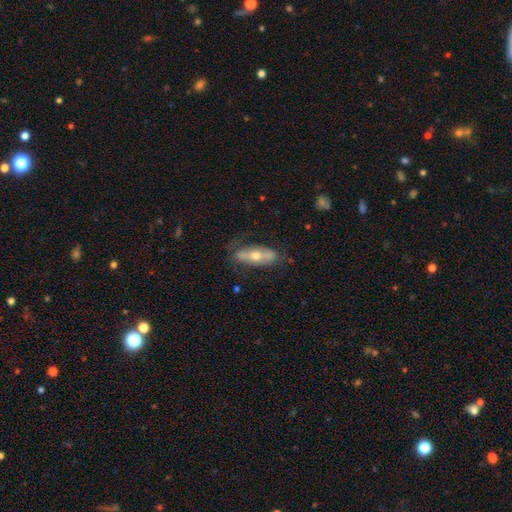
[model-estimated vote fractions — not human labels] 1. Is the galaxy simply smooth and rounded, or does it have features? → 55% featured or disk, 38% smooth, 6% star or artifact.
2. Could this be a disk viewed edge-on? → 62% no, 38% yes.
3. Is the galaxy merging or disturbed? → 69% none, 21% minor disturbance, 8% major disturbance, 2% merger.